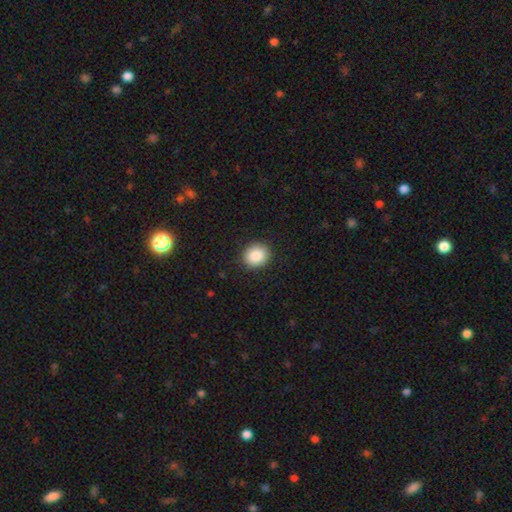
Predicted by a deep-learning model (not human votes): smooth 88%, star or artifact 8%, featured or disk 4%. Down the decision tree: how rounded — round (73%); merging — none (90%).